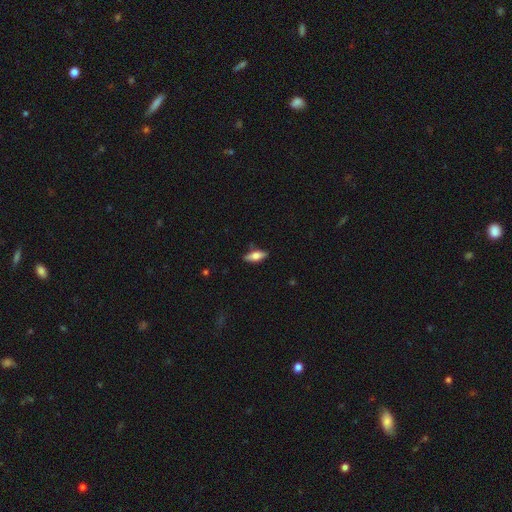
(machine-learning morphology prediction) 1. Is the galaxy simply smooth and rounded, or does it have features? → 62% smooth, 32% featured or disk, 7% star or artifact.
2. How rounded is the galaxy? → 71% in between, 26% cigar-shaped, 3% round.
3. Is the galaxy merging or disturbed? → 82% none, 14% minor disturbance, 3% major disturbance, 2% merger.